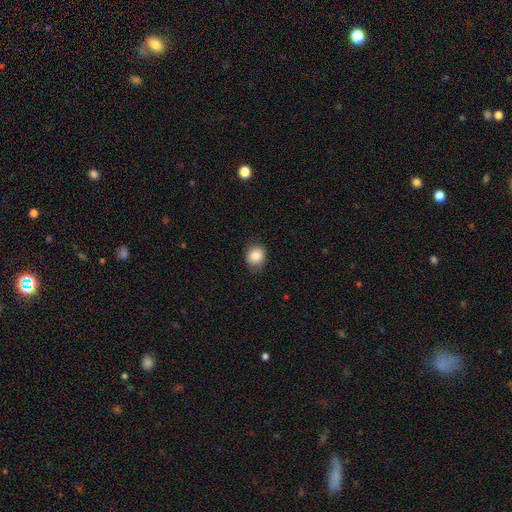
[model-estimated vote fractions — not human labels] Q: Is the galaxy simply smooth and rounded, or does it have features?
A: smooth — 84%.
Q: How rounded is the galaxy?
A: round — 74%.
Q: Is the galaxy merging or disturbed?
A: none — 81%.